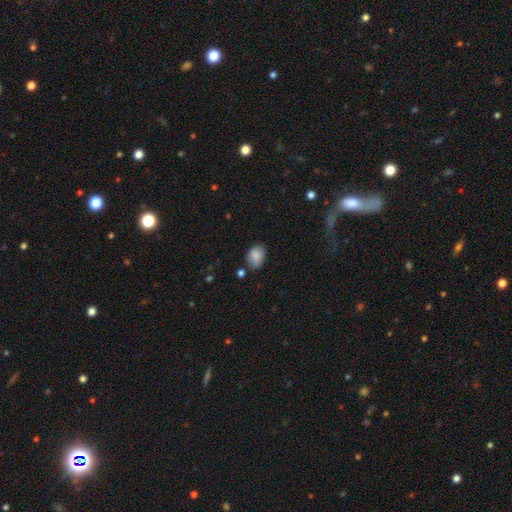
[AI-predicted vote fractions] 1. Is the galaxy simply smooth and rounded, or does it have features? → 86% smooth, 8% star or artifact, 6% featured or disk.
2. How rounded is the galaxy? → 75% in between, 23% round, 1% cigar-shaped.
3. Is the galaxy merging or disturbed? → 72% none, 20% minor disturbance, 4% major disturbance, 4% merger.